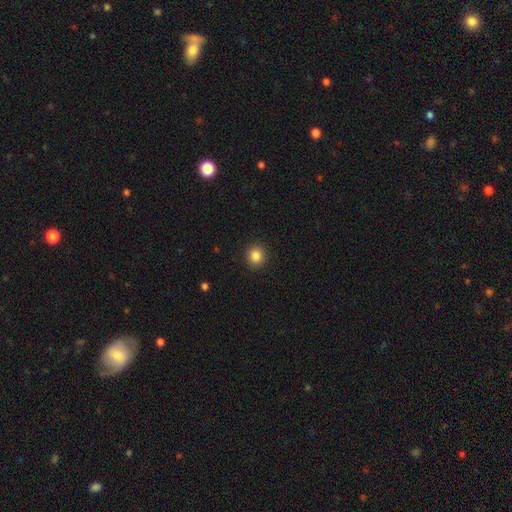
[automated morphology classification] This appears to be a smooth galaxy with no disk features (85%) that is round (88%). Merging: none (92%).